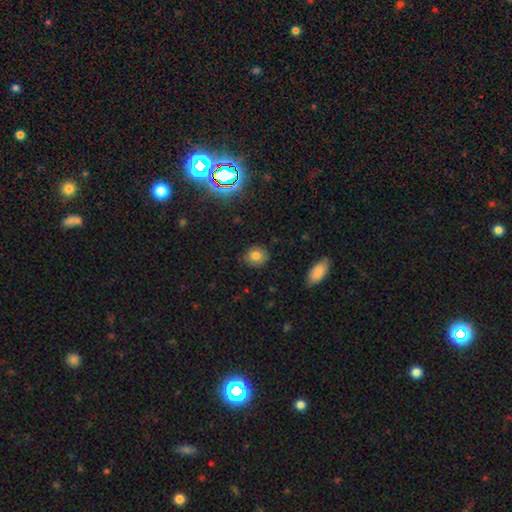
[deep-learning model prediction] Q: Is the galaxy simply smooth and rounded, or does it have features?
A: smooth — 78%.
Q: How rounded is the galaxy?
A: round — 75%.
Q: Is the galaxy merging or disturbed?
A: none — 85%.